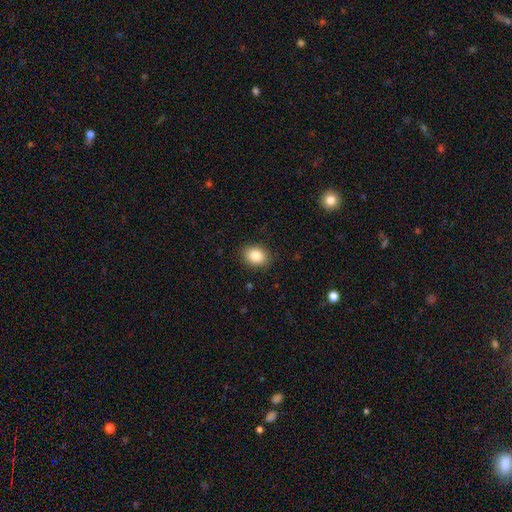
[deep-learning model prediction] This appears to be a smooth galaxy with no disk features (86%) that is in between round and cigar-shaped (59%). Merging: none (88%).